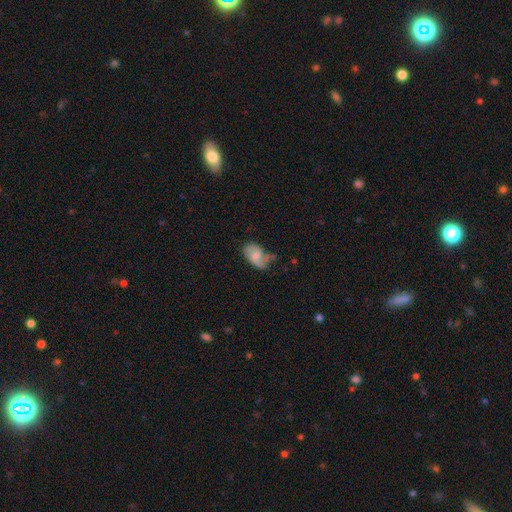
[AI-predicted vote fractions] A featured or disk galaxy (47%).

Vote fractions:
- Smooth or featured? featured or disk: 47% / smooth: 46% / star or artifact: 8%
- Merging? none: 48% / minor disturbance: 33% / major disturbance: 14% / merger: 5%